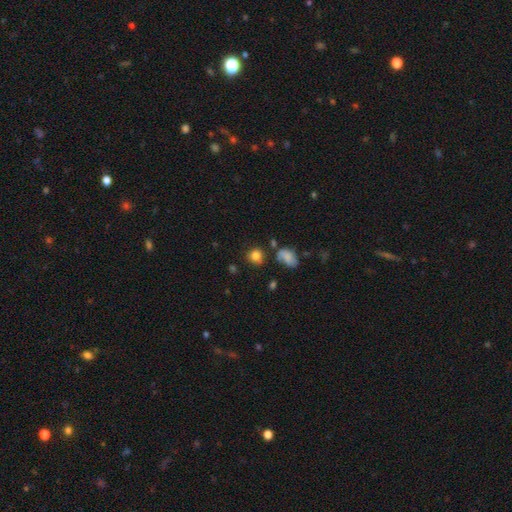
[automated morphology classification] This is clearly a smooth galaxy (81%). How rounded: clearly round (81%). Merging: likely none (74%).